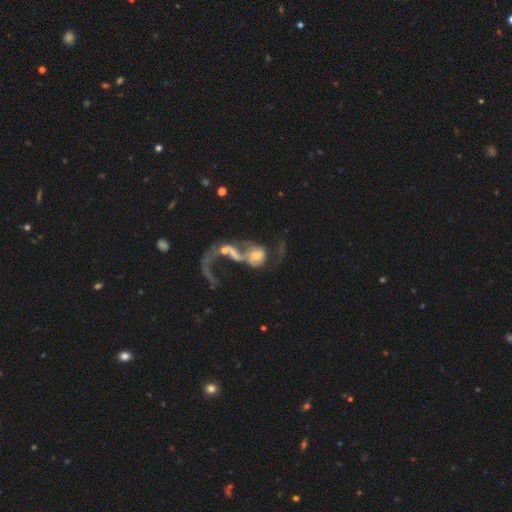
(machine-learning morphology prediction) Smooth or featured? featured or disk (62%)
Edge-on disk? no (96%)
Bar? no (71%)
Spiral arms? yes (60%)
Bulge size? moderate (43%)
Merging? merger (64%)